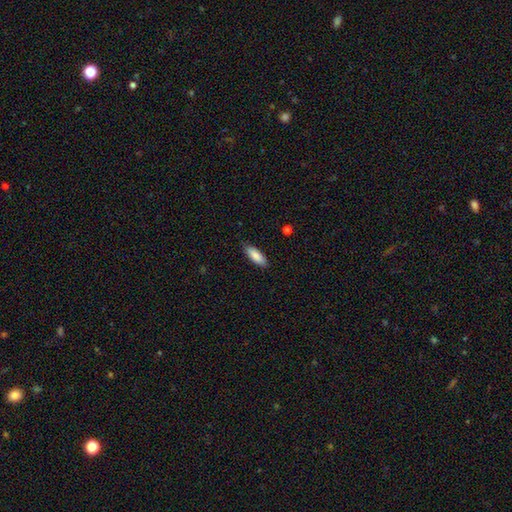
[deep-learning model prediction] This is clearly a smooth galaxy (87%). How rounded: likely in between (66%). Merging: clearly none (84%).